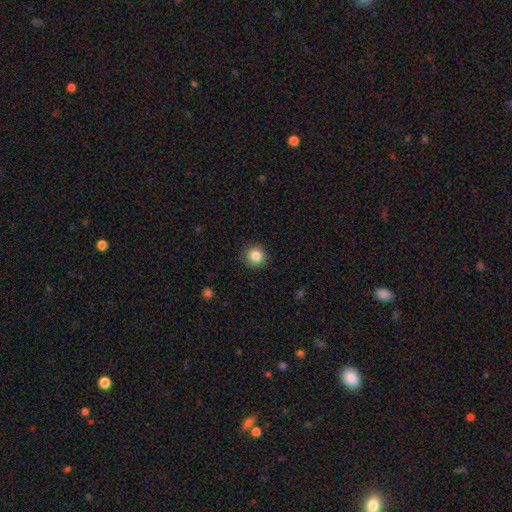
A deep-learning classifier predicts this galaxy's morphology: The model was most divided on "smooth or featured": smooth: 84%, star or artifact: 10%, featured or disk: 5%. More confident: how rounded — round (93%); merging — none (88%).